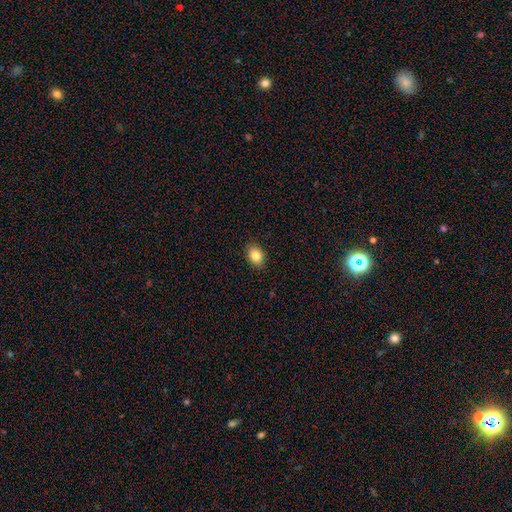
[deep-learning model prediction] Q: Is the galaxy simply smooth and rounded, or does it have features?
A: smooth — 85%.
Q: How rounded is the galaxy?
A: in between — 74%.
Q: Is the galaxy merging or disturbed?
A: none — 88%.